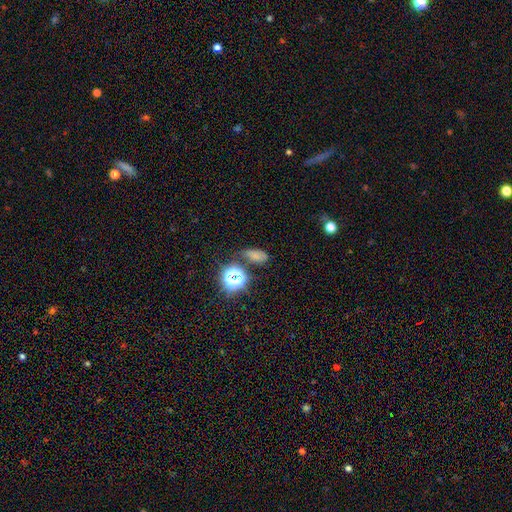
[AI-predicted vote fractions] The model was most divided on "smooth or featured": smooth: 58%, star or artifact: 30%, featured or disk: 12%. More confident: how rounded — in between (81%); merging — none (59%).